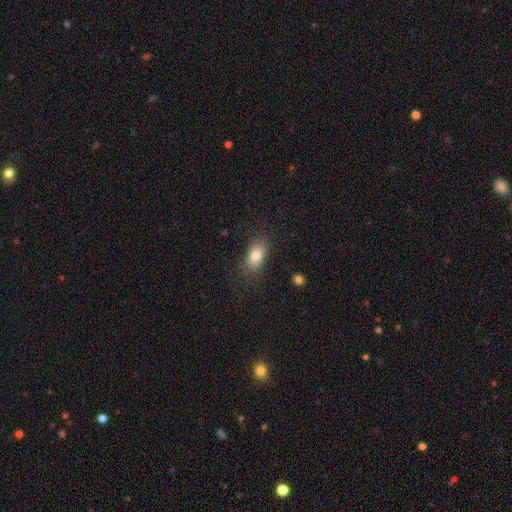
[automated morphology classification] This is clearly a smooth galaxy (80%). How rounded: clearly in between (83%). Merging: likely none (79%).